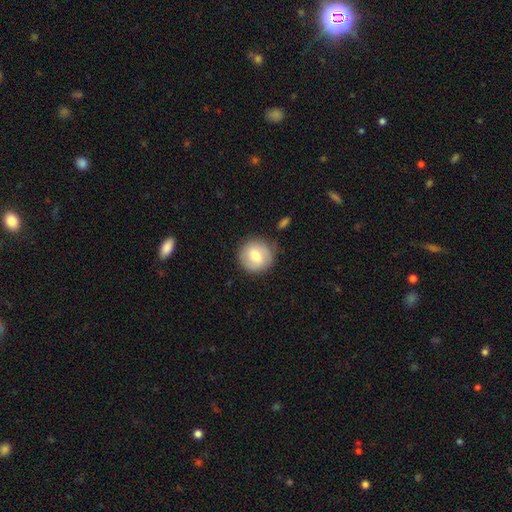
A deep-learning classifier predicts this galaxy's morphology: type=smooth (72%); roundness=round (92%); merging=none (83%).